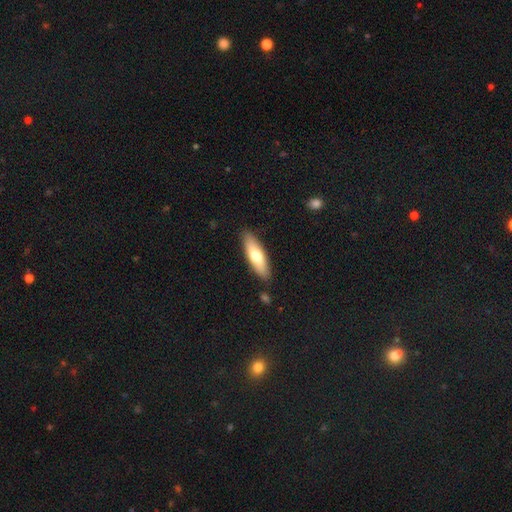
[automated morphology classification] smooth 66%, featured or disk 28%, star or artifact 5%. Down the decision tree: how rounded — in between (49%, tied with cigar-shaped); merging — none (87%).